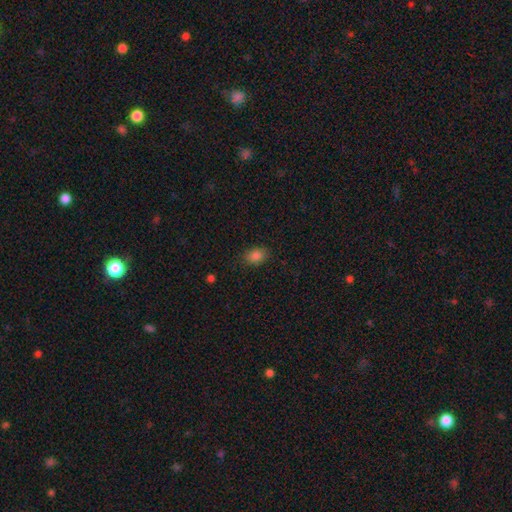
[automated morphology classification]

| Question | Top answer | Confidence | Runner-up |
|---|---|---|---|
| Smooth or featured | smooth | 85% | star or artifact (11%) |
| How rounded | in between | 79% | round (20%) |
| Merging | none | 83% | minor disturbance (12%) |